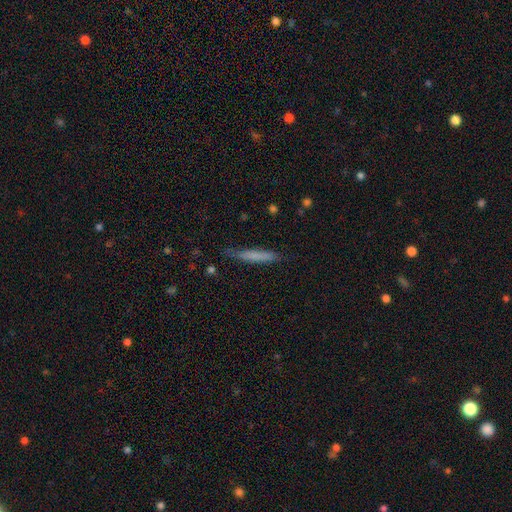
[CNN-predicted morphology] A smooth galaxy with no disk features (71%) that is cigar-shaped (93%). Merging: none (76%).